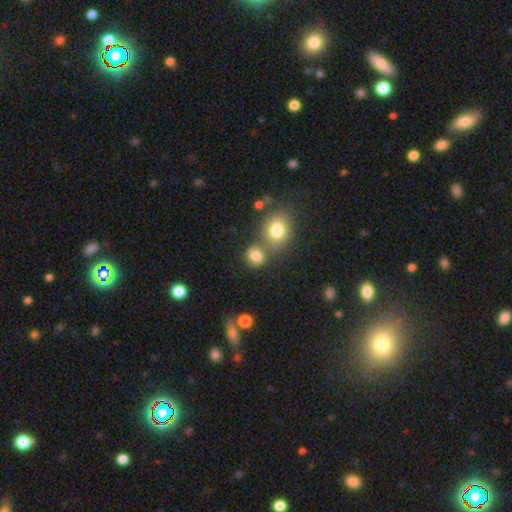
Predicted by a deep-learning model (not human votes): smooth_or_featured: smooth (p=0.77) [alt: star or artifact p=0.14]
how_rounded: round (p=0.68) [alt: in between p=0.30]
merging: none (p=0.52) [alt: merger p=0.31]